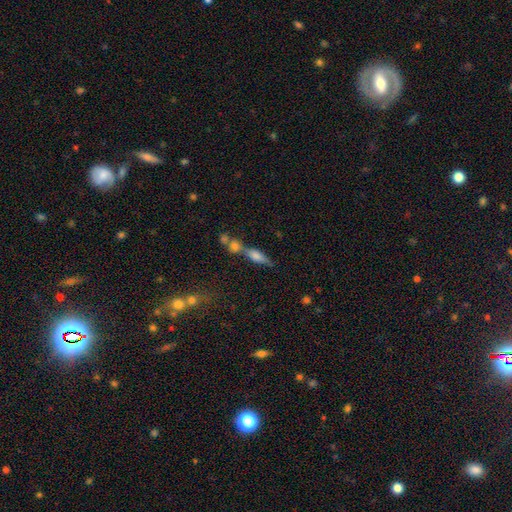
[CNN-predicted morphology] smooth 54%, featured or disk 33%, star or artifact 13%. Down the decision tree: how rounded — cigar-shaped (56%); merging — merger (43%).